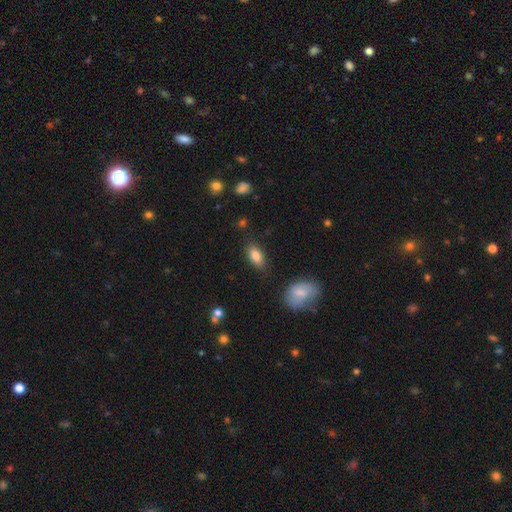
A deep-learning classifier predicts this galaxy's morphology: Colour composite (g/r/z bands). It shows a smooth galaxy with no disk features (83%) that is in between round and cigar-shaped (89%). Merging: none (83%).